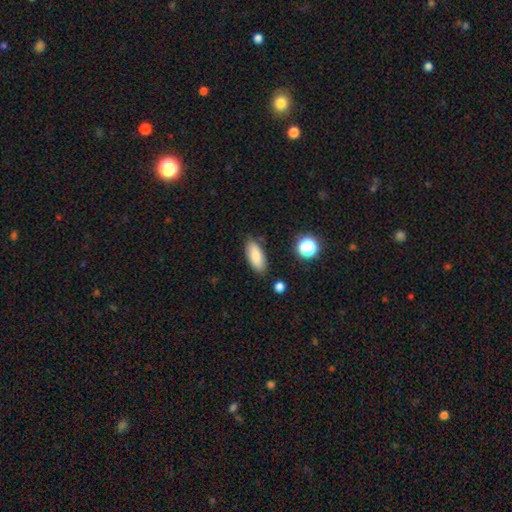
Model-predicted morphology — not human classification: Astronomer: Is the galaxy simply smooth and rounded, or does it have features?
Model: smooth — 83%.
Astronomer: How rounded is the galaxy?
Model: in between — 80%.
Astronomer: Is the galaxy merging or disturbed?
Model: none — 82%.